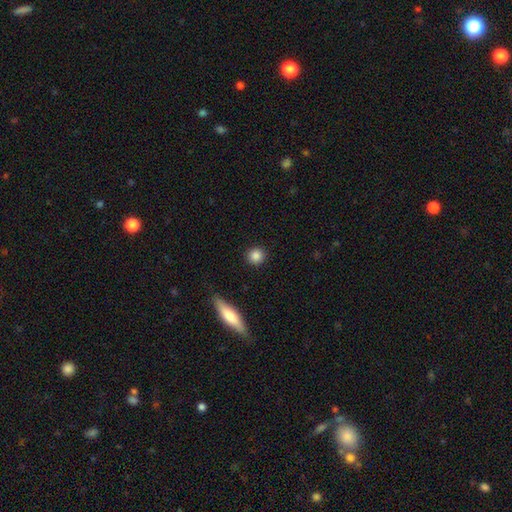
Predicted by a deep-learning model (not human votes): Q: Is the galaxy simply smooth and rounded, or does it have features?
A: smooth — 86%.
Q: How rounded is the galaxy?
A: round — 90%.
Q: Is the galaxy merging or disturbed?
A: none — 91%.